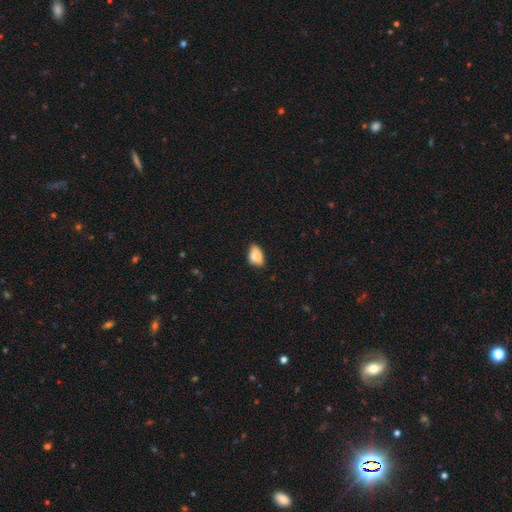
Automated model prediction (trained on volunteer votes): smooth_or_featured: smooth (p=0.82) [alt: featured or disk p=0.11]
how_rounded: in between (p=0.87) [alt: round p=0.11]
merging: none (p=0.63) [alt: minor disturbance p=0.30]